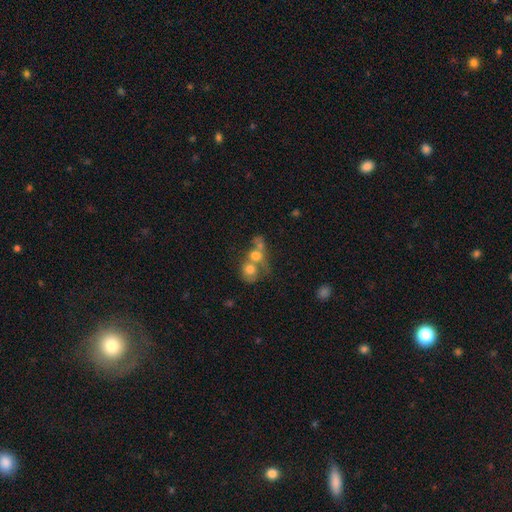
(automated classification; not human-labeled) Morphology: type=smooth (49%); merging=merger (65%).